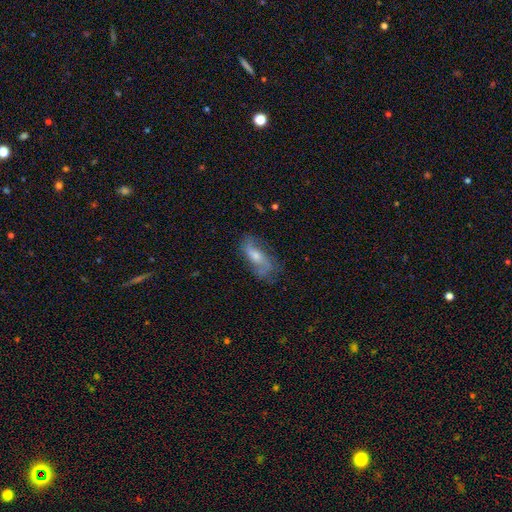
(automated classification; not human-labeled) The model was most divided on "bar": no: 53%, weak: 36%, strong: 11%. More confident: edge-on disk — no (86%); spiral arms — yes (85%); merging — none (67%); smooth or featured — featured or disk (61%); bulge size — moderate (53%).